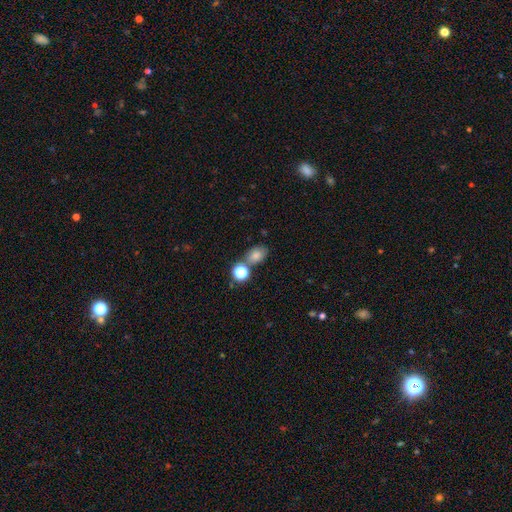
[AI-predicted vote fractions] This is likely a smooth galaxy (76%). How rounded: likely in between (71%). Merging: likely none (62%).